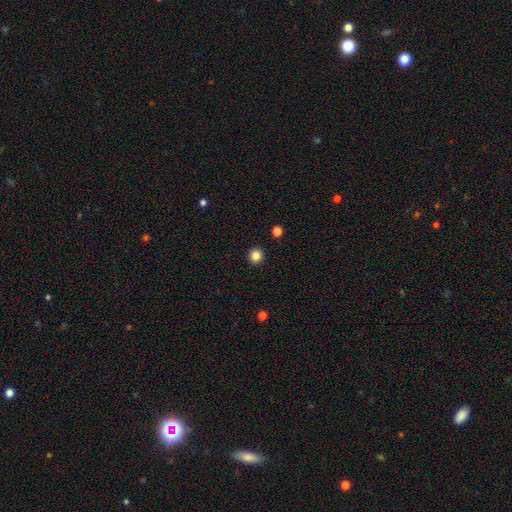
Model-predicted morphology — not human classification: This appears to be a smooth galaxy with no disk features (85%) that is round (94%). Merging: none (94%).